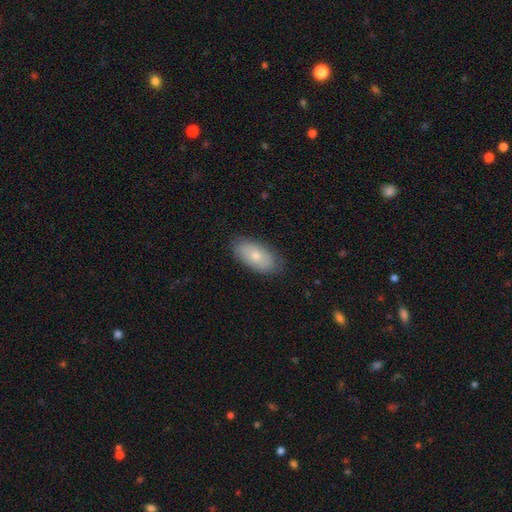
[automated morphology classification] Smooth or featured? smooth (69%)
How rounded? in between (93%)
Merging? none (82%)